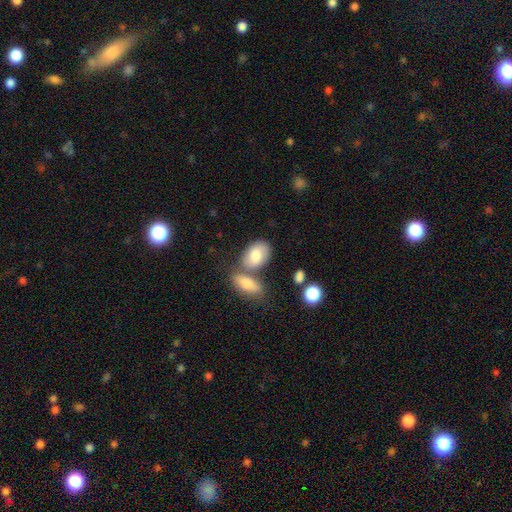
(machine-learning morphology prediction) This is likely a smooth galaxy (78%). How rounded: clearly in between (87%). Merging: possibly none (49%).